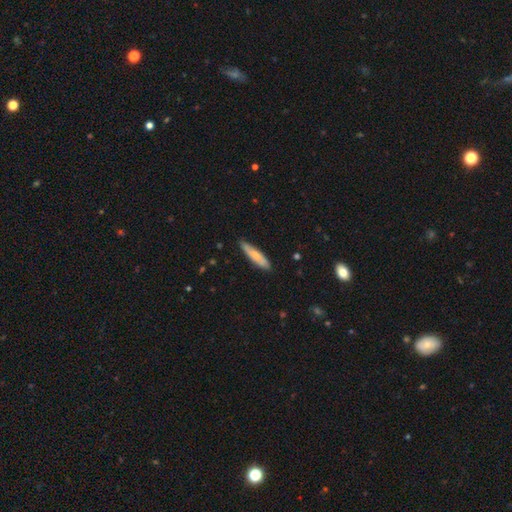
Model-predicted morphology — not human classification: This appears to be a smooth galaxy with no disk features (67%) that is cigar-shaped (77%). Merging: none (82%).